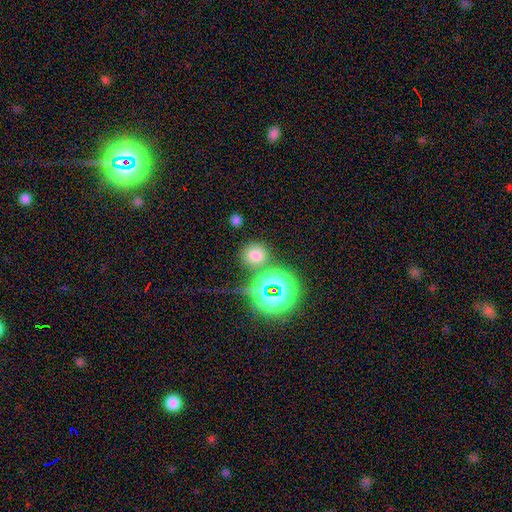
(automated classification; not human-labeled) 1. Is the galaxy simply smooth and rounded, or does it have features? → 66% smooth, 26% star or artifact, 8% featured or disk.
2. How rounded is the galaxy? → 82% round, 17% in between, 1% cigar-shaped.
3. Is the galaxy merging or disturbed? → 73% none, 11% minor disturbance, 10% merger, 6% major disturbance.